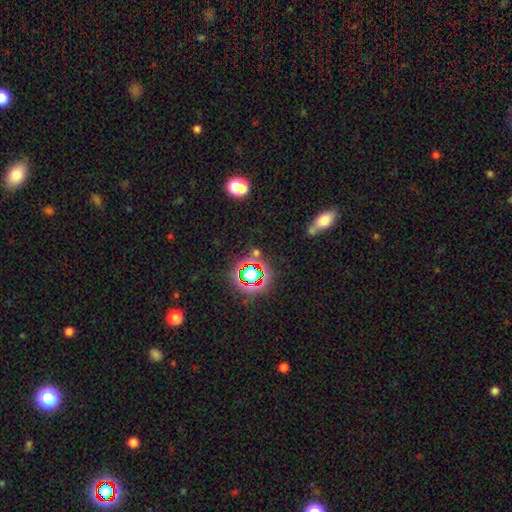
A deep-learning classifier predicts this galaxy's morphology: The model was most divided on "smooth or featured": star or artifact: 68%, smooth: 21%, featured or disk: 12%.